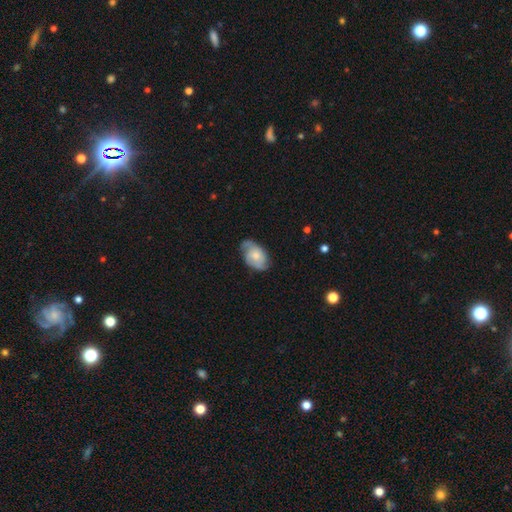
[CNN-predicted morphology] A featured or disk galaxy (62%) with no bar (74%), 2 (63%) medium (43%) spiral arms (89%) and a moderate central bulge (47%).

Vote fractions:
- Smooth or featured? featured or disk: 62% / smooth: 32% / star or artifact: 6%
- Edge-on disk? no: 96% / yes: 4%
- Bar? no: 74% / weak: 22% / strong: 3%
- Spiral arms? yes: 89% / no: 11%
- Spiral winding? medium: 43% / tight: 36% / loose: 22%
- Spiral arm count? 2: 63% / can't tell: 16% / 3: 12% / 1: 5% / 4: 2% / more than 4: 2%
- Bulge size? moderate: 47% / small: 41% / large: 6% / none: 5% / dominant: 1%
- Merging? none: 62% / minor disturbance: 27% / major disturbance: 9% / merger: 1%